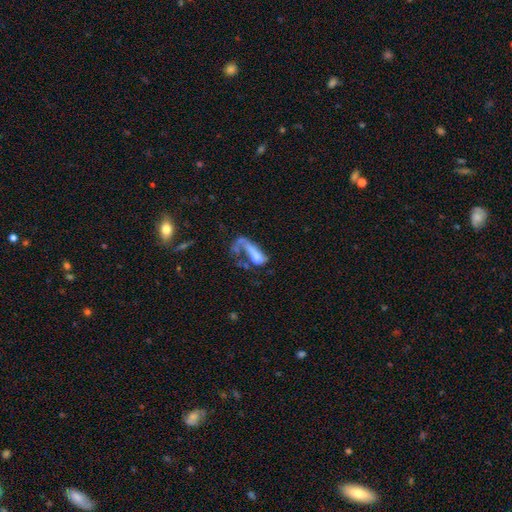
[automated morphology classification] A smooth galaxy with no disk features (45%).

Vote fractions:
- Smooth or featured? smooth: 45% / featured or disk: 44% / star or artifact: 11%
- Merging? major disturbance: 54% / merger: 20% / none: 16% / minor disturbance: 10%